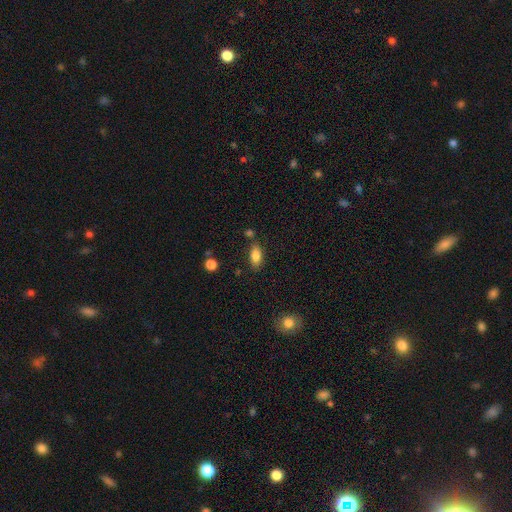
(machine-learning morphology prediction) smooth-or-featured: smooth: 85% | star or artifact: 8% | featured or disk: 7%
  how-rounded: in between: 88% | cigar-shaped: 8% | round: 4%
  merging: none: 77% | minor disturbance: 14% | merger: 6% | major disturbance: 3%